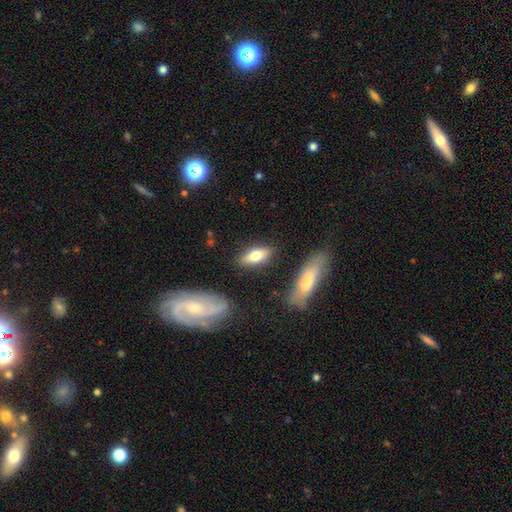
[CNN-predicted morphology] Q: Smooth or featured?
A: smooth (64%); runner-up: featured or disk (29%)
Q: How rounded?
A: in between (68%); runner-up: cigar-shaped (29%)
Q: Merging?
A: none (82%); runner-up: minor disturbance (11%)